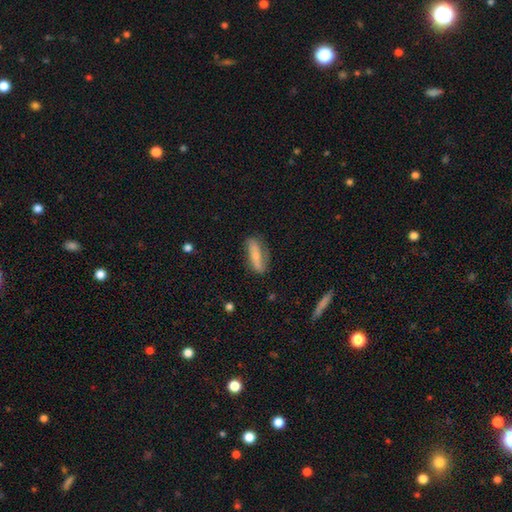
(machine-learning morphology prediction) type=smooth (55%); roundness=cigar-shaped (52%); merging=none (70%).